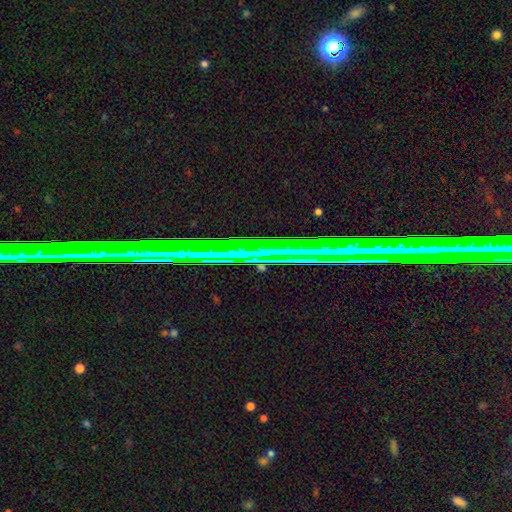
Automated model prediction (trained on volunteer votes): The model was most divided on "smooth or featured": star or artifact: 62%, featured or disk: 24%, smooth: 15%.